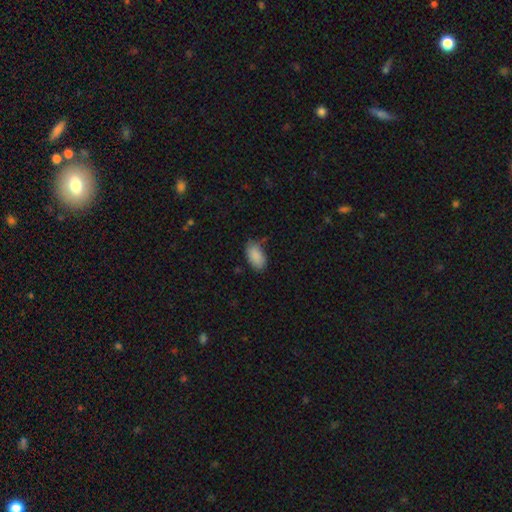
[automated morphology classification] Smooth or featured? smooth (89%)
How rounded? in between (95%)
Merging? none (74%)